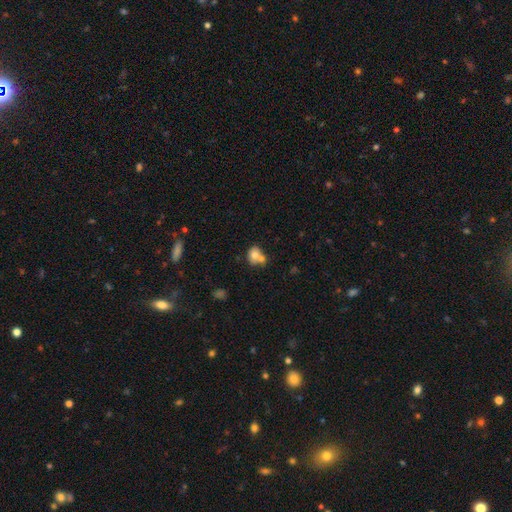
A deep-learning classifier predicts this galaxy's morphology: smooth 71%, featured or disk 19%, star or artifact 10%. Down the decision tree: how rounded — round (62%); merging — merger (52%).